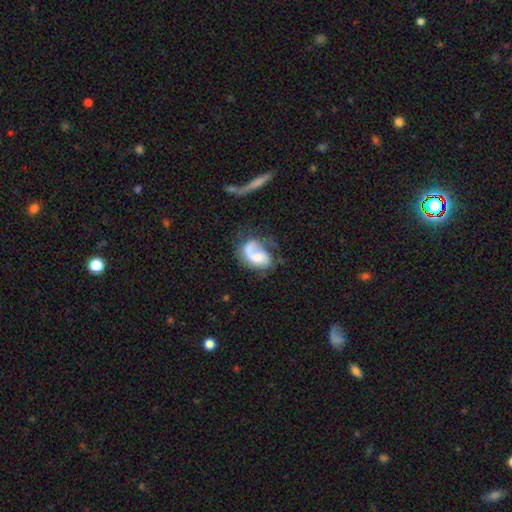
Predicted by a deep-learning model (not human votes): This is possibly a featured or disk galaxy (59%). It is clearly not viewed edge-on (97%). Bar: likely no (68%). Spiral arm pattern: likely yes (80%). Central bulge: marginally moderate (34%). Merging: marginally none (37%).